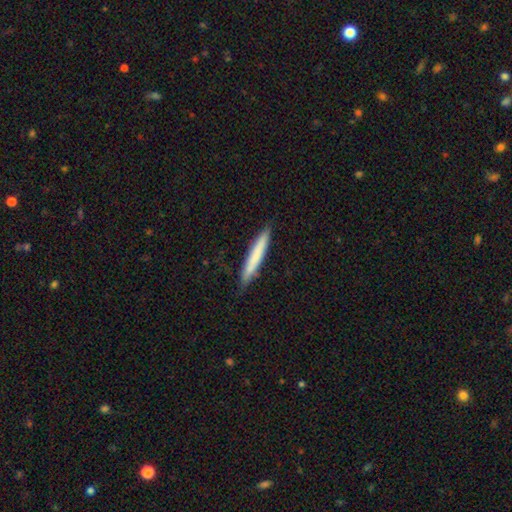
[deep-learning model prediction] smooth 73%, featured or disk 21%, star or artifact 6%. Down the decision tree: how rounded — cigar-shaped (95%); merging — none (87%).